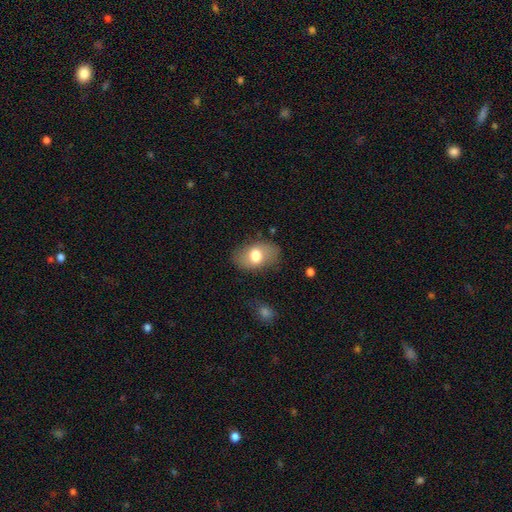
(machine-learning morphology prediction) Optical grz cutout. It shows a smooth galaxy with no disk features (69%) that is in between round and cigar-shaped (86%). Merging: none (77%).